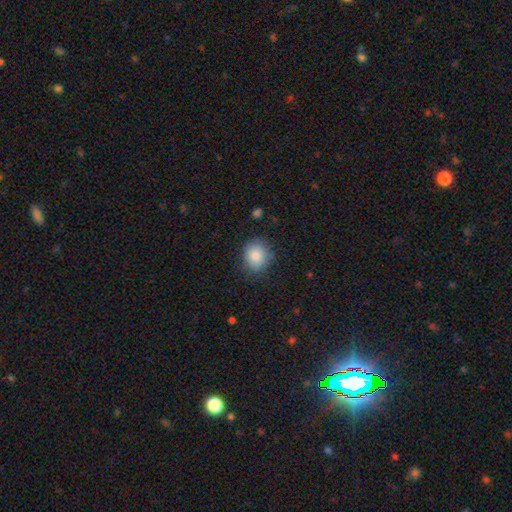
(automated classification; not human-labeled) Smooth or featured: smooth — 86% (star or artifact — 8%)
How rounded: round — 64% (in between — 35%)
Merging: none — 79% (minor disturbance — 16%)